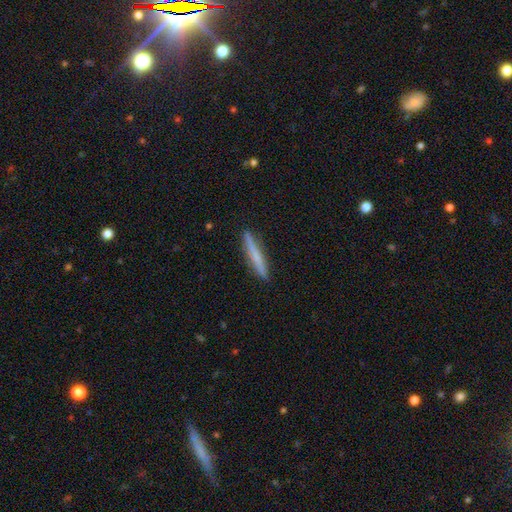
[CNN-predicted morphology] Smooth or featured: smooth — 57% (featured or disk — 36%)
How rounded: cigar-shaped — 95% (in between — 3%)
Merging: none — 90% (minor disturbance — 7%)